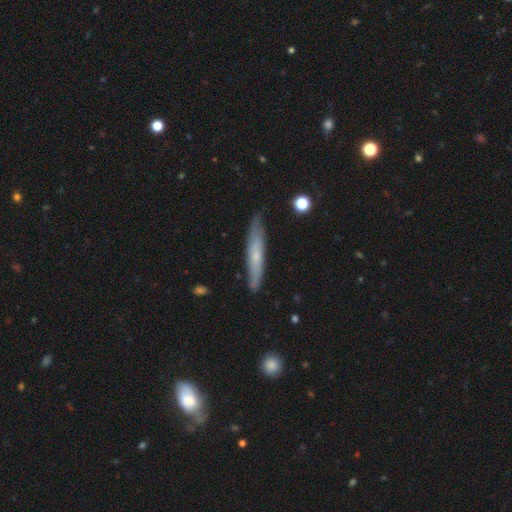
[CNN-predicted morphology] Overall: smooth (49%; featured or disk 45%). Merging: none (81%).